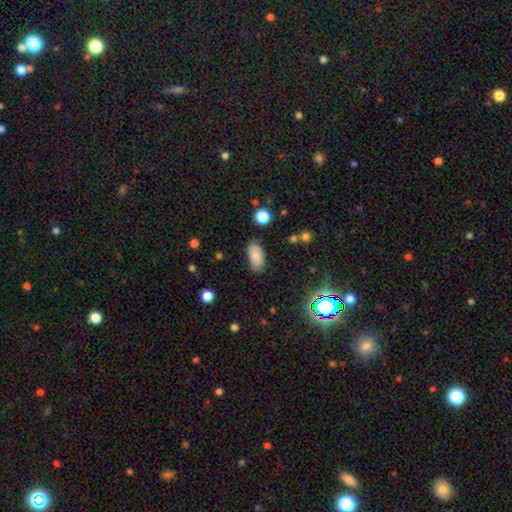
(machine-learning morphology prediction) Smooth or featured? Predicted: smooth (p=0.79). How rounded? Predicted: in between (p=0.92). Merging? Predicted: none (p=0.80).